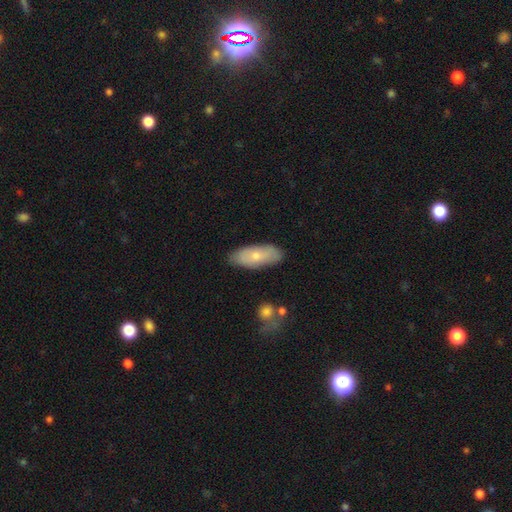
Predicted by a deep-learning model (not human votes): Q: Smooth or featured?
A: smooth (67%); runner-up: featured or disk (27%)
Q: How rounded?
A: in between (81%); runner-up: cigar-shaped (16%)
Q: Merging?
A: none (81%); runner-up: minor disturbance (15%)